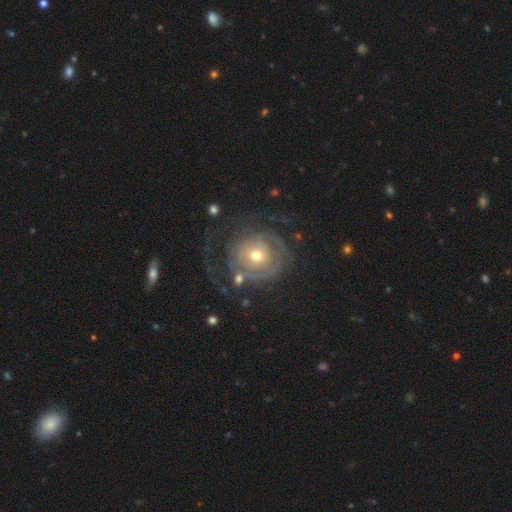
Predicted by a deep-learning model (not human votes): A featured or disk galaxy (78%) with no bar (81%), tight (69%) spiral arms (82%) and a moderate central bulge (51%).

Vote fractions:
- Smooth or featured? featured or disk: 78% / smooth: 15% / star or artifact: 6%
- Edge-on disk? no: 97% / yes: 3%
- Bar? no: 81% / weak: 14% / strong: 4%
- Spiral arms? yes: 82% / no: 18%
- Spiral winding? tight: 69% / medium: 20% / loose: 12%
- Spiral arm count? can't tell: 39% / 2: 25% / 1: 13% / 3: 11% / 4: 6% / more than 4: 5%
- Bulge size? moderate: 51% / small: 43% / large: 4% / dominant: 1% / none: 1%
- Merging? none: 56% / major disturbance: 24% / minor disturbance: 16% / merger: 3%